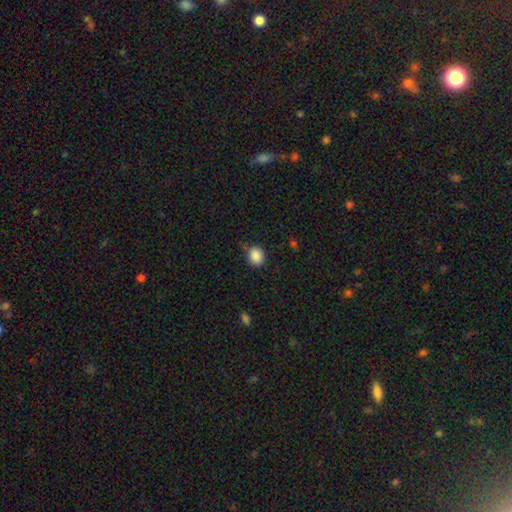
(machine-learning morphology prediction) Q: Smooth or featured?
A: smooth (87%); runner-up: star or artifact (9%)
Q: How rounded?
A: round (70%); runner-up: in between (29%)
Q: Merging?
A: none (78%); runner-up: minor disturbance (15%)